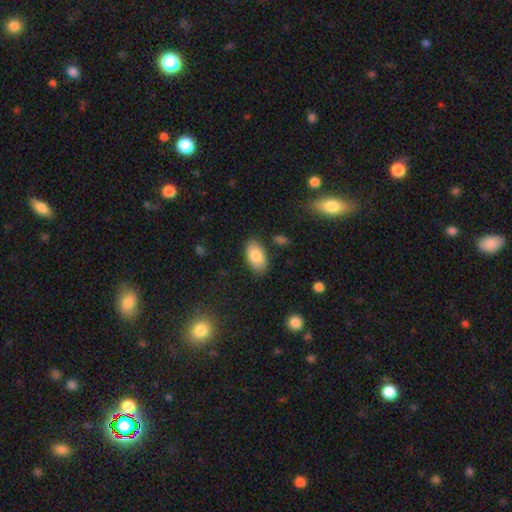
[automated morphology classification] type=smooth (84%); roundness=in between (94%); merging=none (84%).